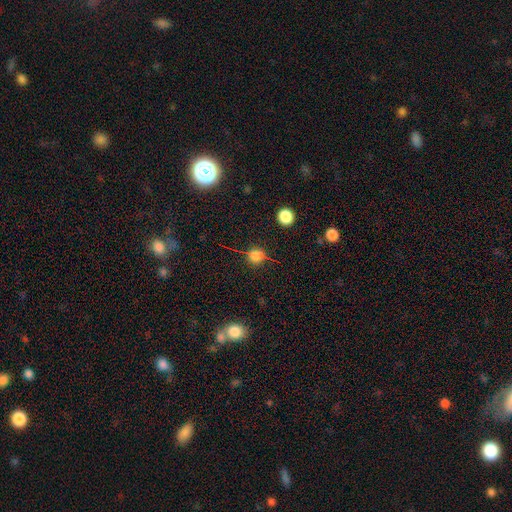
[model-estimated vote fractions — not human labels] A smooth galaxy with no disk features (74%) that is round (85%).

Vote fractions:
- Smooth or featured? smooth: 74% / star or artifact: 18% / featured or disk: 8%
- How rounded? round: 85% / in between: 13% / cigar-shaped: 2%
- Merging? none: 75% / minor disturbance: 17% / major disturbance: 5% / merger: 3%